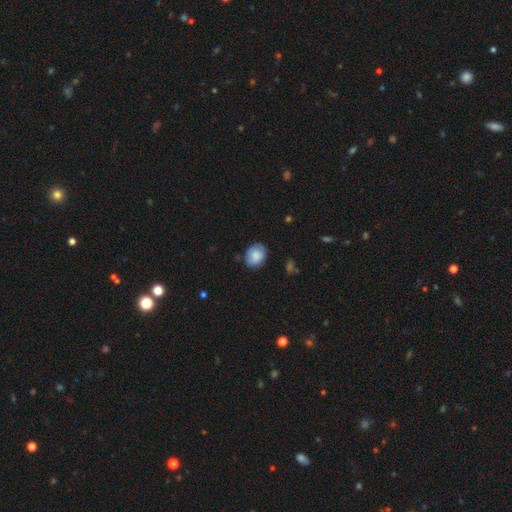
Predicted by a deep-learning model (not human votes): smooth_or_featured: smooth (p=0.76) [alt: featured or disk p=0.17]
how_rounded: in between (p=0.51) [alt: round p=0.48]
merging: none (p=0.72) [alt: minor disturbance p=0.22]